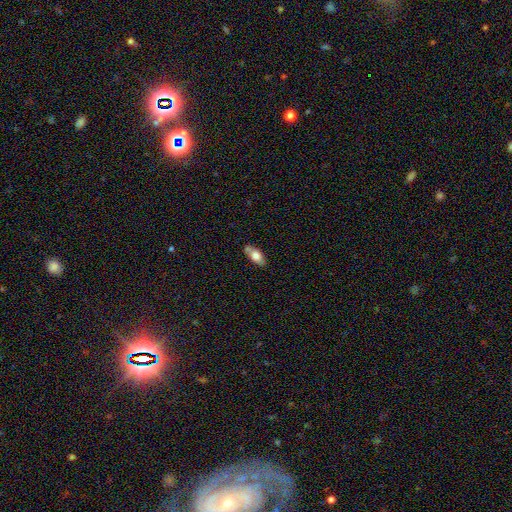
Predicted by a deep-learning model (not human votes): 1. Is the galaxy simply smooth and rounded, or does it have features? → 70% smooth, 23% featured or disk, 7% star or artifact.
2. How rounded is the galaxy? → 83% in between, 14% cigar-shaped, 3% round.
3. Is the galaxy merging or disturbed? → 75% none, 17% minor disturbance, 5% merger, 3% major disturbance.